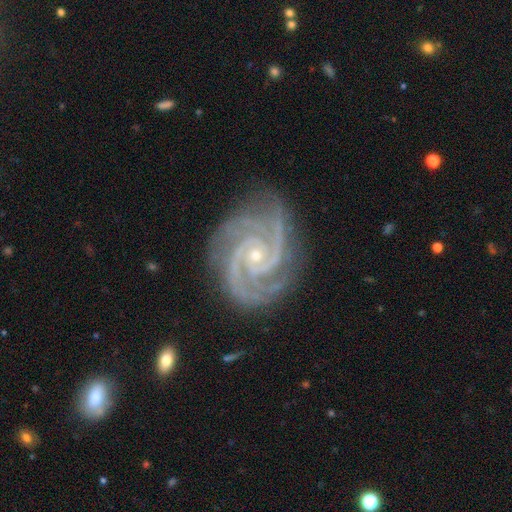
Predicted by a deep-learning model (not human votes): This appears to be a featured or disk galaxy (94%) with no bar (69%), 3 (41%) tight (69%) spiral arms (99%) and a small central bulge (77%). Merging: none (80%).